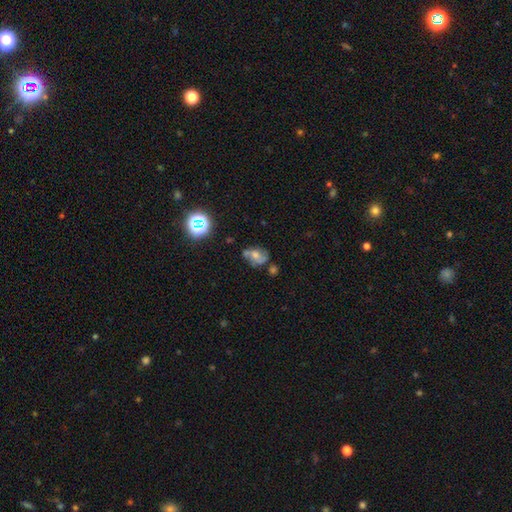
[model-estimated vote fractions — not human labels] A featured or disk galaxy (50%). Merging: none (47%).